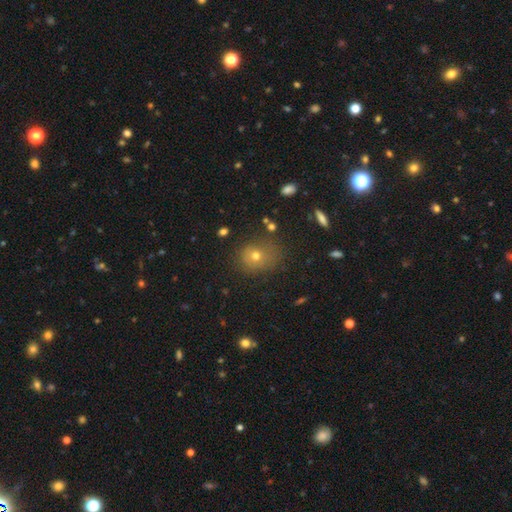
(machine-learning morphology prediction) This appears to be a smooth galaxy with no disk features (65%) that is round (71%). Merging: none (77%).